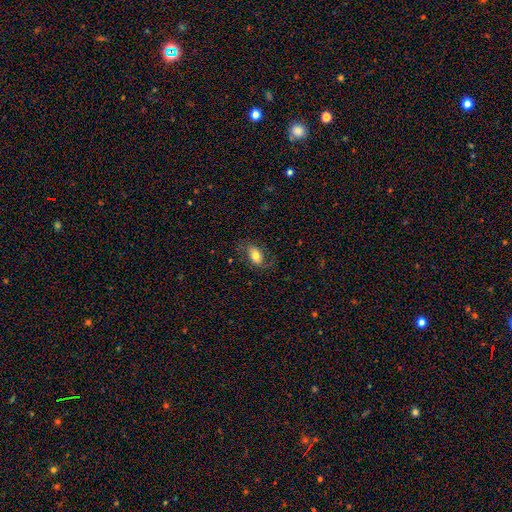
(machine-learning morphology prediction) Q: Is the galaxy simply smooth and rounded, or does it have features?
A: smooth — 58%.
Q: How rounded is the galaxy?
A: in between — 87%.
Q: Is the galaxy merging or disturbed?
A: none — 70%.